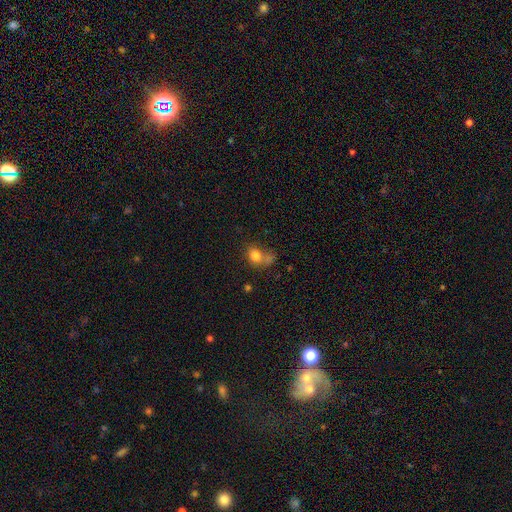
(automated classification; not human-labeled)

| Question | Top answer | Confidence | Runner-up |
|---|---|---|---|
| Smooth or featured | smooth | 78% | star or artifact (11%) |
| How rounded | in between | 50% | round (49%) |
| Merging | merger | 37% | none (36%) |